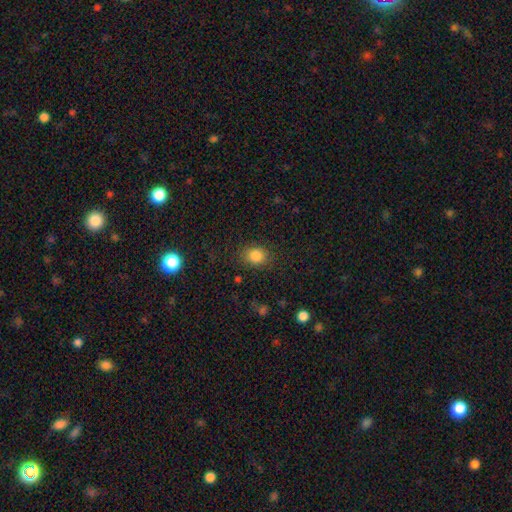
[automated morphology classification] A smooth galaxy with no disk features (84%) that is round (58%). Merging: none (82%).